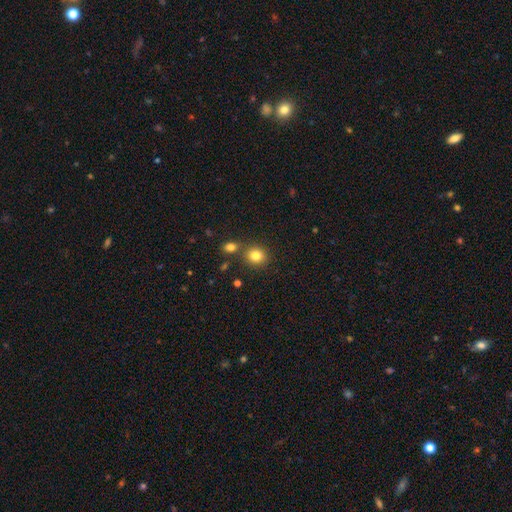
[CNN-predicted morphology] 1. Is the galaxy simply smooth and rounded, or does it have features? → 81% smooth, 12% star or artifact, 7% featured or disk.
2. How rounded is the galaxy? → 81% round, 18% in between, 1% cigar-shaped.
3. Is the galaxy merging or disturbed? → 75% none, 14% merger, 9% minor disturbance, 3% major disturbance.